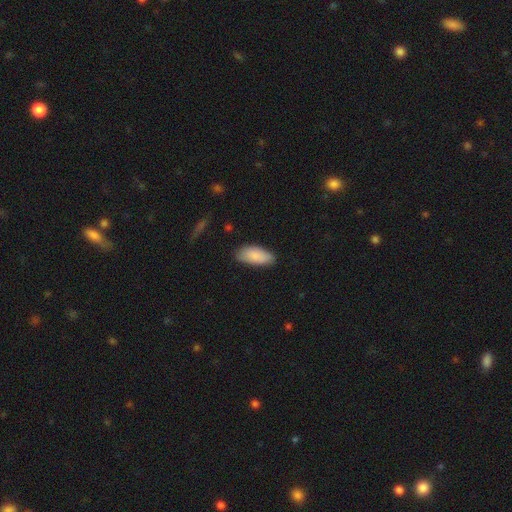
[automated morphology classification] This appears to be a smooth galaxy with no disk features (88%) that is in between round and cigar-shaped (88%). Merging: none (81%).